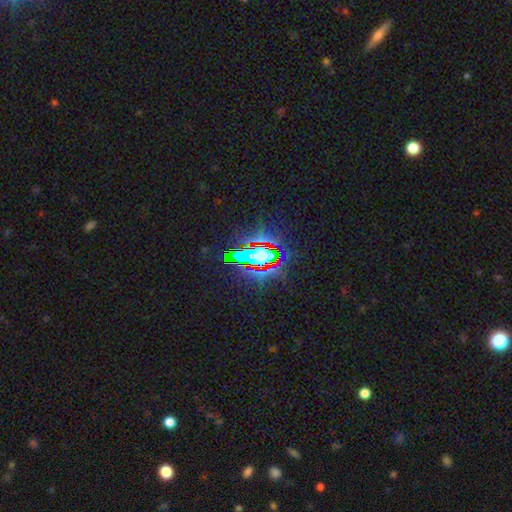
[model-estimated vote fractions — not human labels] The model was most divided on "smooth or featured": star or artifact: 68%, smooth: 18%, featured or disk: 14%.